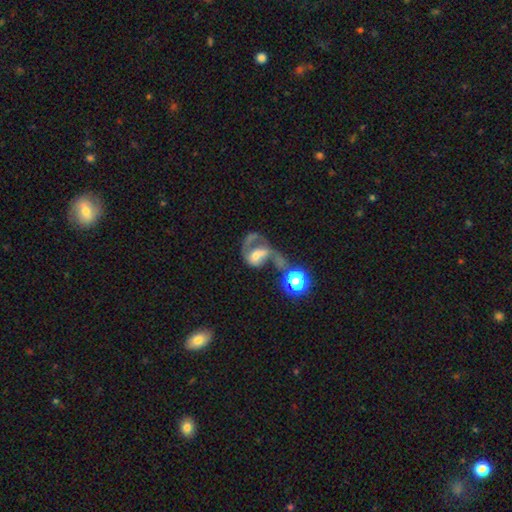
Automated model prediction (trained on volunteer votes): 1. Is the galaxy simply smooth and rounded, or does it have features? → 57% featured or disk, 29% smooth, 14% star or artifact.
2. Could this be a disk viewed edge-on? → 97% no, 3% yes.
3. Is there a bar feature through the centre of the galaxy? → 55% no, 31% weak, 14% strong.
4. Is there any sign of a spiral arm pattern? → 62% yes, 38% no.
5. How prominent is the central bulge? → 45% moderate, 30% small, 12% large, 11% none, 3% dominant.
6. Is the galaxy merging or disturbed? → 43% merger, 32% major disturbance, 16% none, 9% minor disturbance.